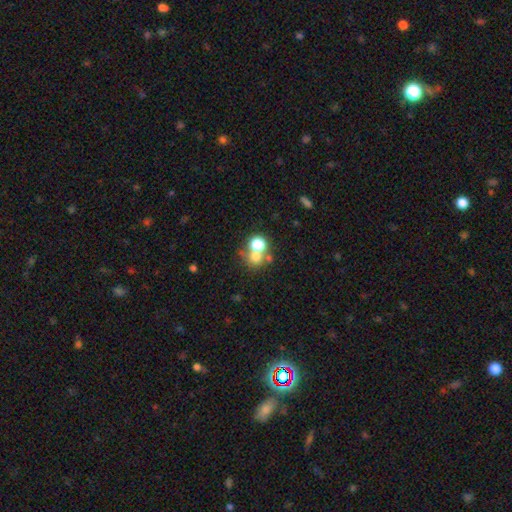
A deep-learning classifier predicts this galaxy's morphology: Overall: smooth (67%). How rounded: round (81%). Merging: none (44%, tied with merger).